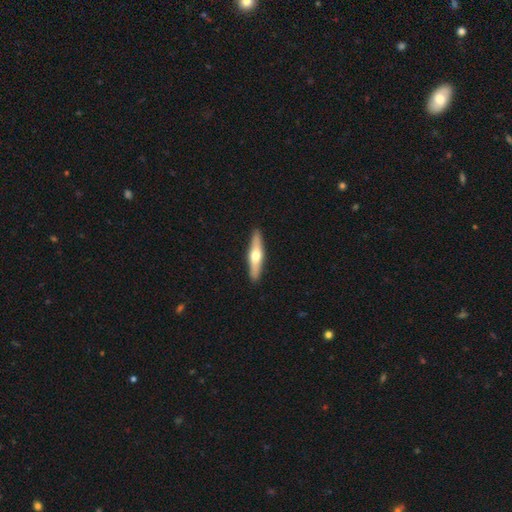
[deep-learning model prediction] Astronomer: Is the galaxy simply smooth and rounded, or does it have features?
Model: featured or disk — 51% (runner-up: smooth, 44%).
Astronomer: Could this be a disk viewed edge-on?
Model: yes — 91%.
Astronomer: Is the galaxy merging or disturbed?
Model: none — 91%.